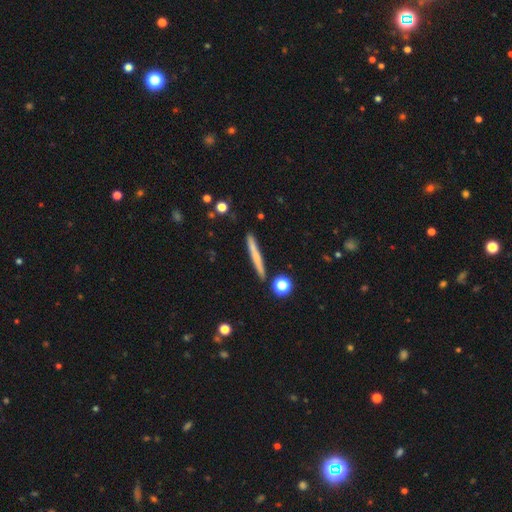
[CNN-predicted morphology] Smooth or featured: smooth — 55% (featured or disk — 38%)
How rounded: cigar-shaped — 95% (in between — 3%)
Merging: none — 89% (minor disturbance — 7%)